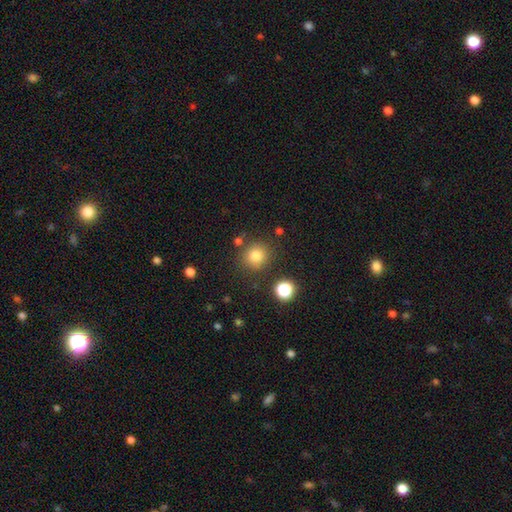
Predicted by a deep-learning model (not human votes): Q: Smooth or featured?
A: smooth (81%); runner-up: star or artifact (12%)
Q: How rounded?
A: round (88%); runner-up: in between (11%)
Q: Merging?
A: none (81%); runner-up: minor disturbance (10%)